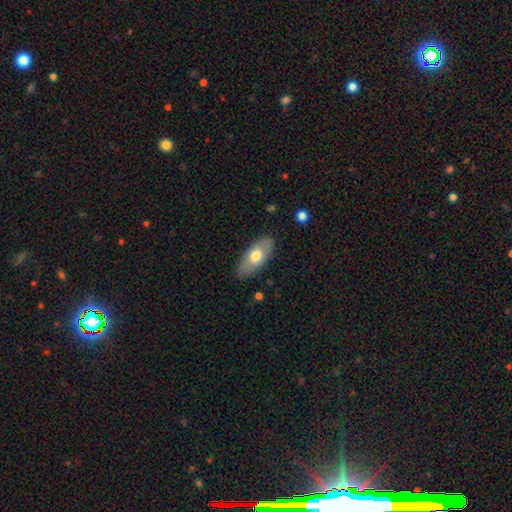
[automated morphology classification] A smooth galaxy with no disk features (66%) that is in between round and cigar-shaped (88%). Merging: none (86%).